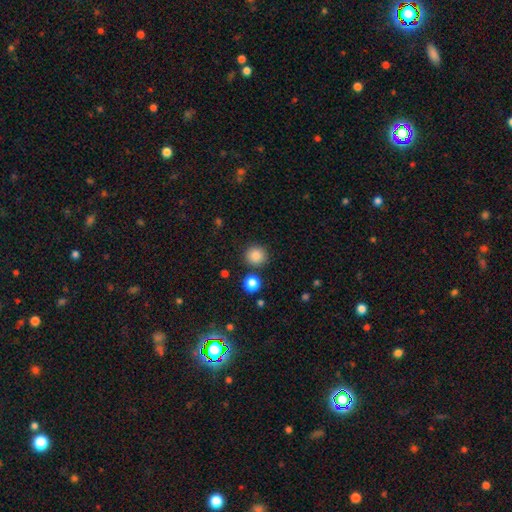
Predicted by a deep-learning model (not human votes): A smooth galaxy with no disk features (86%) that is round (93%).

Vote fractions:
- Smooth or featured? smooth: 86% / star or artifact: 11% / featured or disk: 4%
- How rounded? round: 93% / in between: 6% / cigar-shaped: 1%
- Merging? none: 87% / minor disturbance: 6% / merger: 4% / major disturbance: 2%